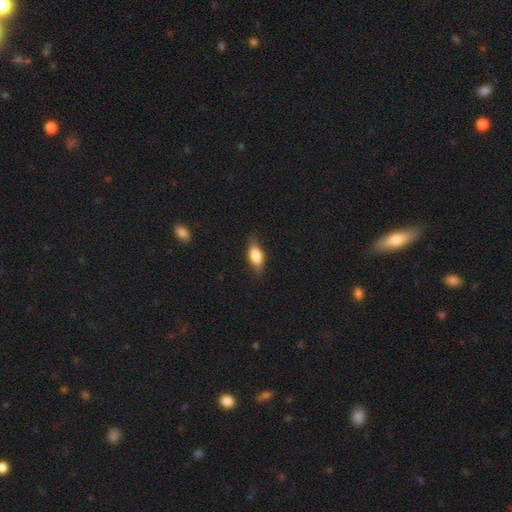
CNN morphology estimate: Smooth or featured?
  - smooth: 69% *
  - featured or disk: 23%
  - star or artifact: 7%
How rounded?
  - in between: 74% *
  - cigar-shaped: 22%
  - round: 4%
Merging?
  - none: 80% *
  - minor disturbance: 16%
  - major disturbance: 3%
  - merger: 1%